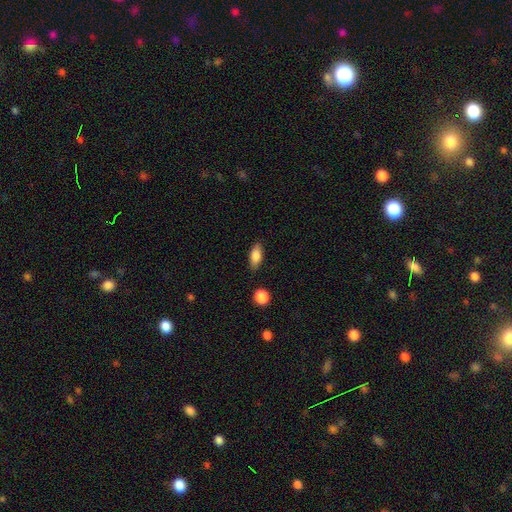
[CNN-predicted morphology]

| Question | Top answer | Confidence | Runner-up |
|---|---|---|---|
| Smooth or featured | smooth | 83% | featured or disk (10%) |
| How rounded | in between | 82% | cigar-shaped (14%) |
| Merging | none | 83% | minor disturbance (12%) |